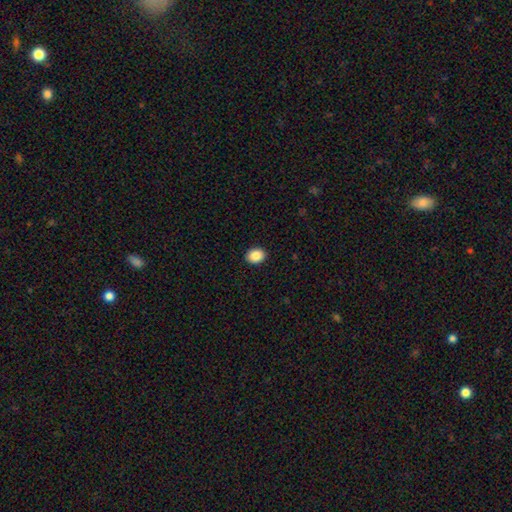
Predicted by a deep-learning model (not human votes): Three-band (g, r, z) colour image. It shows a smooth galaxy with no disk features (88%) that is round (50%). Merging: none (92%).